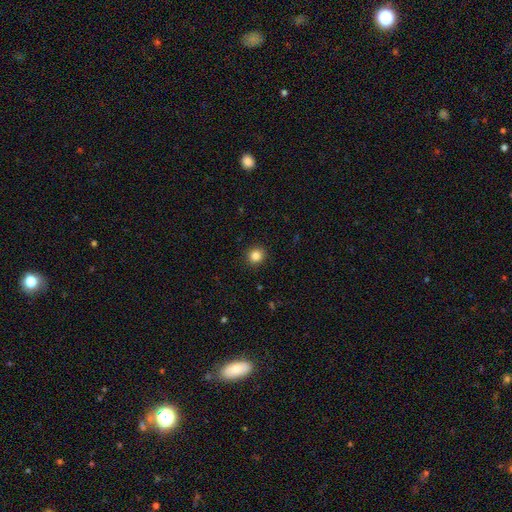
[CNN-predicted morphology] Smooth or featured? smooth (85%)
How rounded? round (90%)
Merging? none (92%)